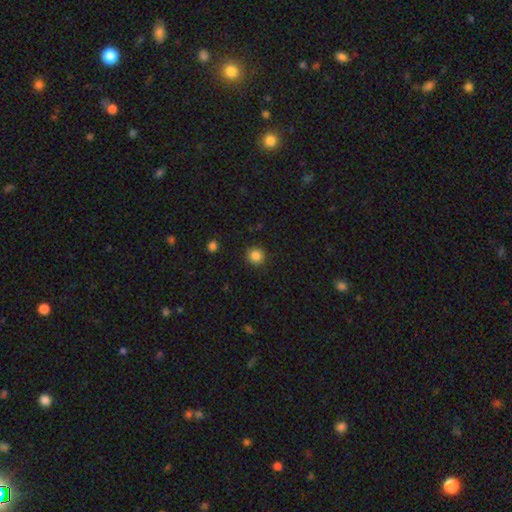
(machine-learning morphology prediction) The model was most divided on "smooth or featured": smooth: 85%, star or artifact: 11%, featured or disk: 4%. More confident: how rounded — round (93%); merging — none (92%).